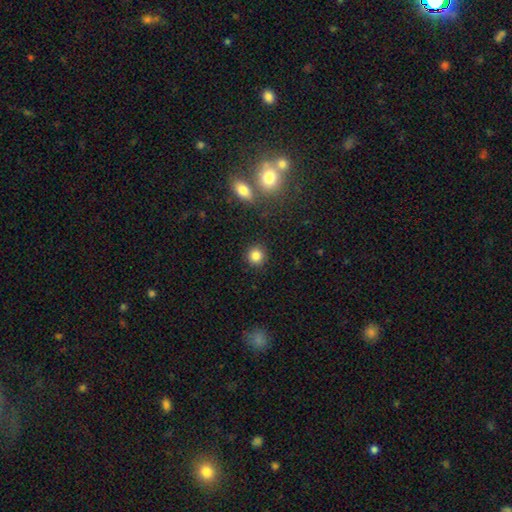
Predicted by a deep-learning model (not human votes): Q: Smooth or featured?
A: smooth (85%); runner-up: star or artifact (11%)
Q: How rounded?
A: round (92%); runner-up: in between (7%)
Q: Merging?
A: none (90%); runner-up: minor disturbance (6%)